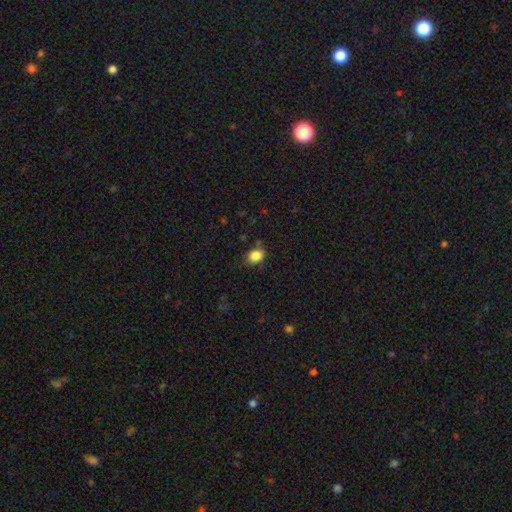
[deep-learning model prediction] Smooth or featured: smooth — 85% (star or artifact — 10%)
How rounded: round — 50% (in between — 49%)
Merging: none — 73% (minor disturbance — 20%)